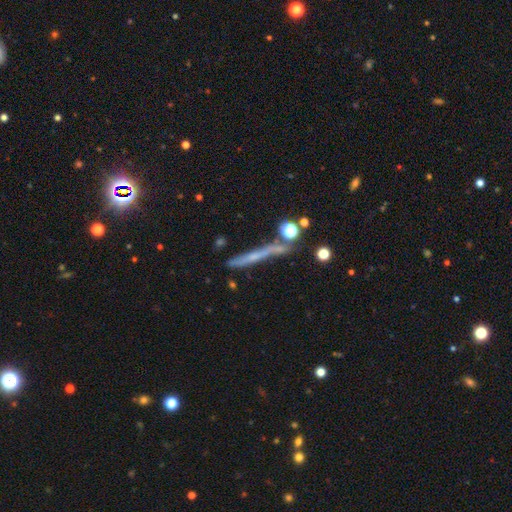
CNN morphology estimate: The model was most divided on "smooth or featured": featured or disk: 52%, smooth: 35%, star or artifact: 13%. More confident: edge-on disk — yes (90%); merging — none (70%).